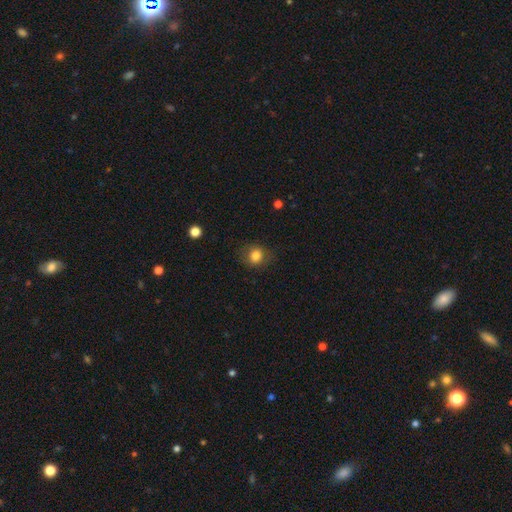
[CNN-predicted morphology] This appears to be a smooth galaxy with no disk features (82%) that is round (77%). Merging: none (80%).